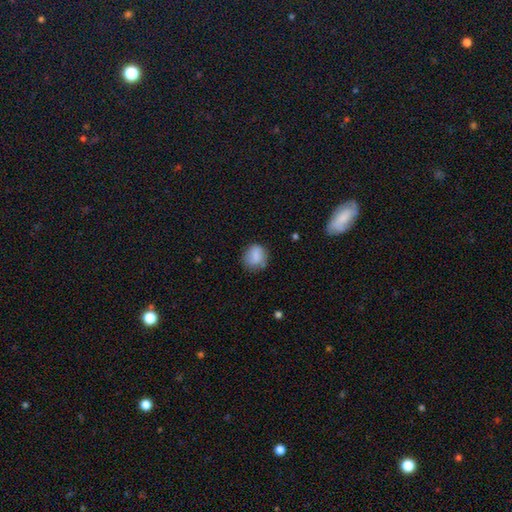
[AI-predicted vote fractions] smooth-or-featured: smooth: 83% | star or artifact: 9% | featured or disk: 8%
  how-rounded: round: 68% | in between: 31% | cigar-shaped: 1%
  merging: none: 72% | minor disturbance: 20% | major disturbance: 5% | merger: 3%